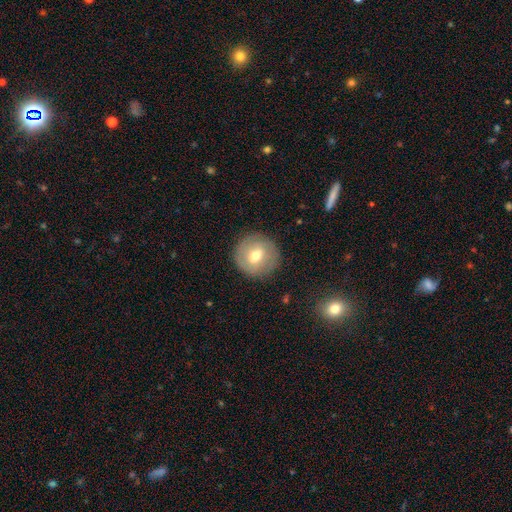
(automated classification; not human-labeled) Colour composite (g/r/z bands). It shows a smooth galaxy with no disk features (56%) that is round (94%). Merging: none (86%).